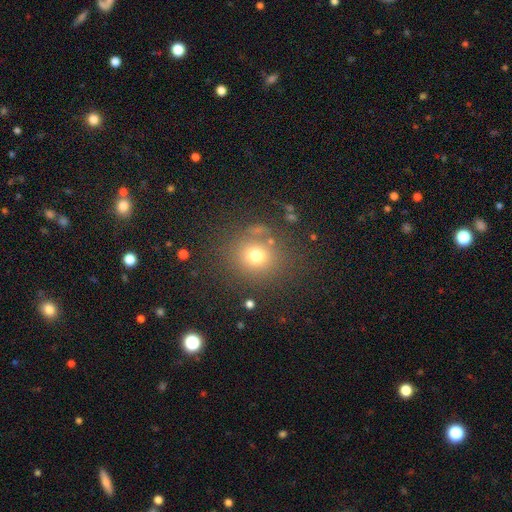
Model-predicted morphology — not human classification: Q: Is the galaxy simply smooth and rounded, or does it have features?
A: smooth — 72%.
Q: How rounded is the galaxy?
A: round — 84%.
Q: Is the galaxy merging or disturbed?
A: none — 79%.